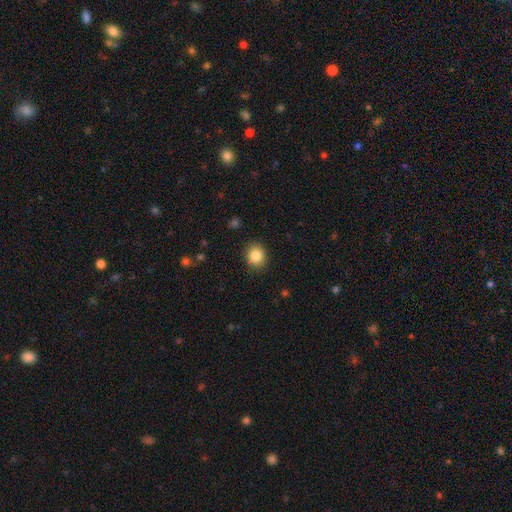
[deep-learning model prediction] The model was most divided on "how rounded": round: 73%, in between: 26%, cigar-shaped: 1%. More confident: merging — none (89%); smooth or featured — smooth (85%).